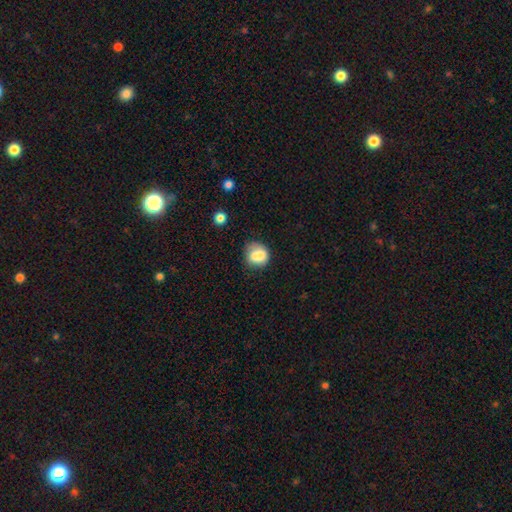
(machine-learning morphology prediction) Smooth or featured? smooth (81%)
How rounded? round (72%)
Merging? none (58%)